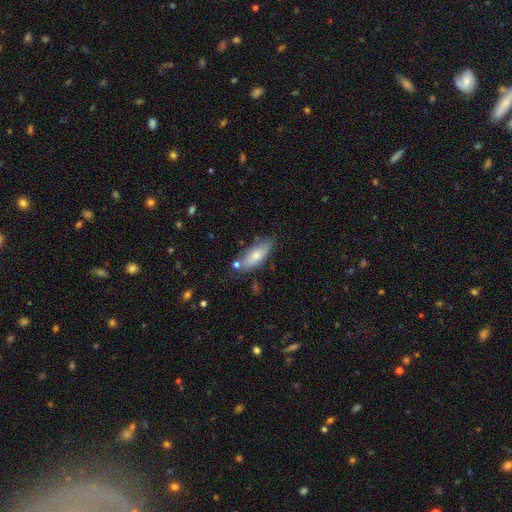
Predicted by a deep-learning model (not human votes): This is likely a smooth galaxy (67%). How rounded: likely in between (72%). Merging: likely none (64%).